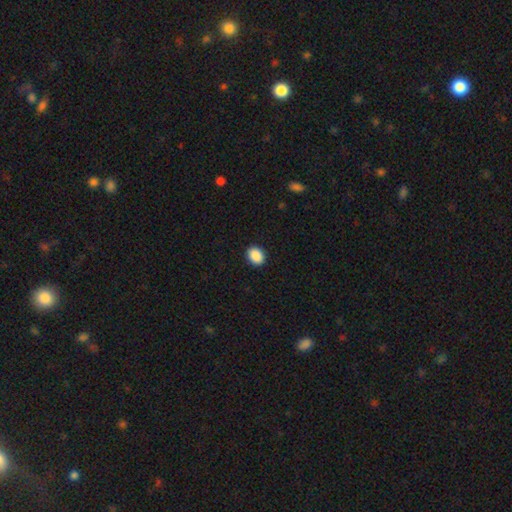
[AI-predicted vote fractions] Morphology: type=smooth (90%); roundness=in between (54%); merging=none (91%).